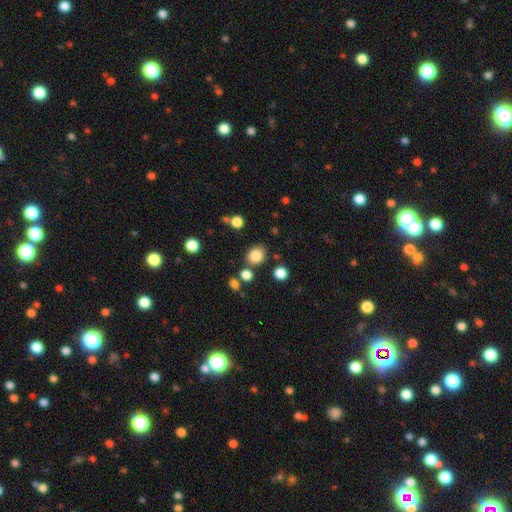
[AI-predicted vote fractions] Smooth or featured? Predicted: smooth (p=0.83). How rounded? Predicted: round (p=0.65). Merging? Predicted: none (p=0.79).